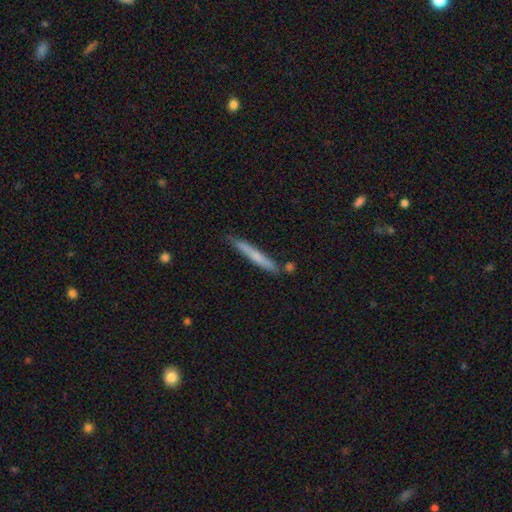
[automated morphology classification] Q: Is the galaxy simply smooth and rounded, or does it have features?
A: smooth — 58%.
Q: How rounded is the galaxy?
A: cigar-shaped — 96%.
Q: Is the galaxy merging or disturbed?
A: none — 80%.